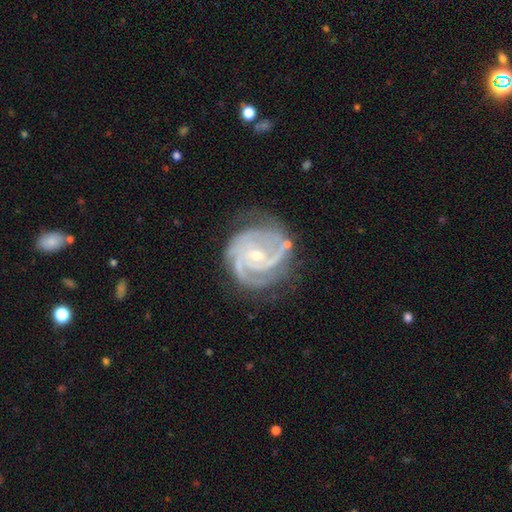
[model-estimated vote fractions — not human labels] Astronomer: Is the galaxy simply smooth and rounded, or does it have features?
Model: featured or disk — 92%.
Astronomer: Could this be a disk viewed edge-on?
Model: no — 98%.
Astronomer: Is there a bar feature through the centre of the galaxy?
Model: no — 56% (runner-up: weak, 34%).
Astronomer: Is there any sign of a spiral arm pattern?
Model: yes — 98%.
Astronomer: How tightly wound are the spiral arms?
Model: tight — 67%.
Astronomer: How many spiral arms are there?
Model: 3 — 42% (runner-up: 2, 25%).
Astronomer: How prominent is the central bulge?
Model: small — 60% (runner-up: moderate, 37%).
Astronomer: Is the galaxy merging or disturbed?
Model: none — 70%.